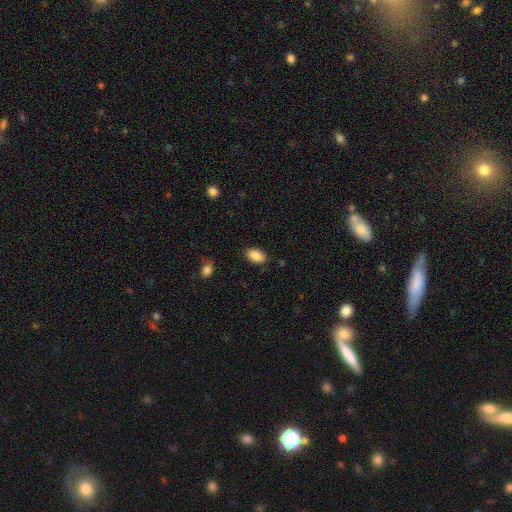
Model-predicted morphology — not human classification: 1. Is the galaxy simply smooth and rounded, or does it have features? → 88% smooth, 7% star or artifact, 5% featured or disk.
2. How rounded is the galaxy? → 92% in between, 7% round, 2% cigar-shaped.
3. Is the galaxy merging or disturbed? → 86% none, 10% minor disturbance, 3% major disturbance, 1% merger.